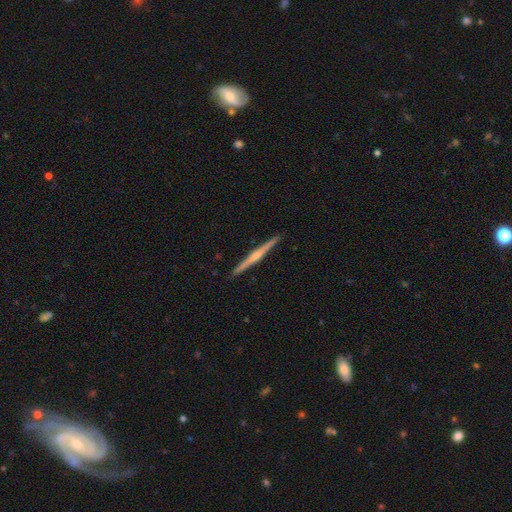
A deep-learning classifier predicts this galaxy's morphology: type=featured or disk (74%); edge-on=yes (99%); edge-on bulge=rounded (70%); merging=none (93%).